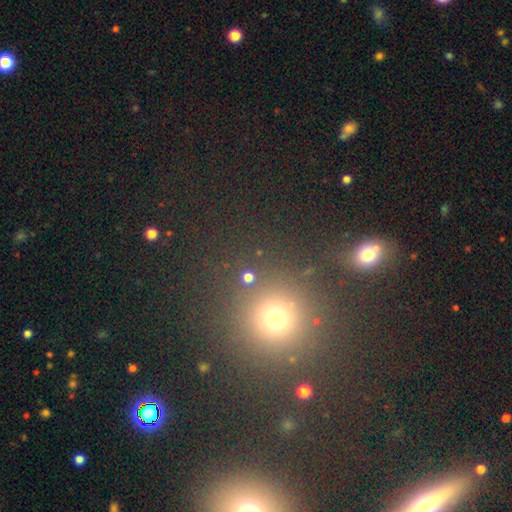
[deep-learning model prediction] smooth 53%, star or artifact 39%, featured or disk 8%. Down the decision tree: how rounded — round (91%); merging — none (83%).